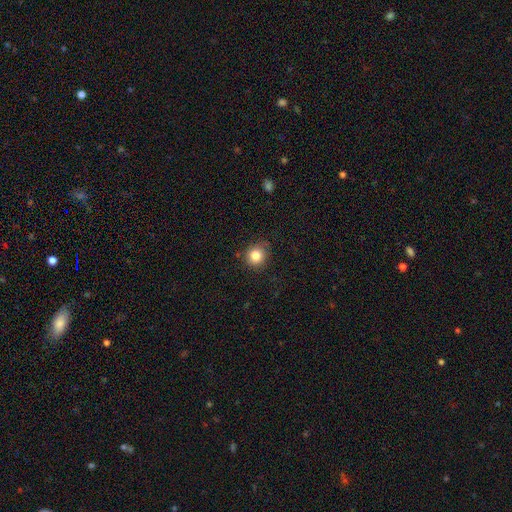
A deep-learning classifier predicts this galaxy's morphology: A smooth galaxy with no disk features (83%) that is round (88%).

Vote fractions:
- Smooth or featured? smooth: 83% / star or artifact: 11% / featured or disk: 6%
- How rounded? round: 88% / in between: 11% / cigar-shaped: 1%
- Merging? none: 83% / minor disturbance: 13% / major disturbance: 3% / merger: 1%